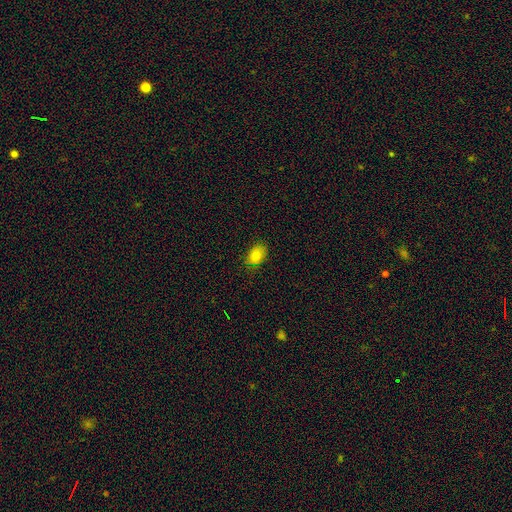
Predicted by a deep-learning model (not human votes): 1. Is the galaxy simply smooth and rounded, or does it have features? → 82% smooth, 10% star or artifact, 8% featured or disk.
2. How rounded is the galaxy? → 81% in between, 17% round, 1% cigar-shaped.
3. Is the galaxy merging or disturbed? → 81% none, 15% minor disturbance, 3% major disturbance, 1% merger.